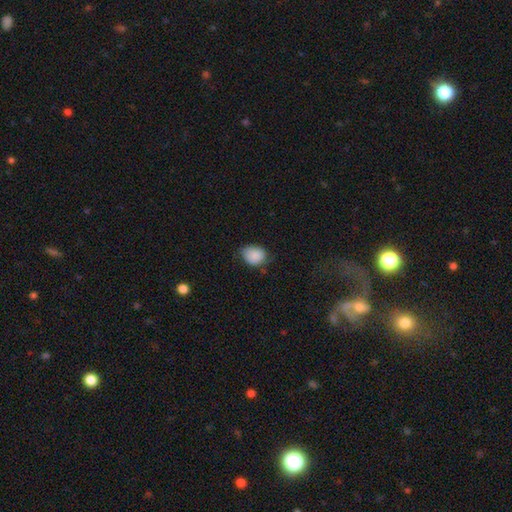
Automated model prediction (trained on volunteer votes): Overall: smooth (86%). How rounded: in between (55%; round 44%). Merging: none (57%; minor disturbance 34%).